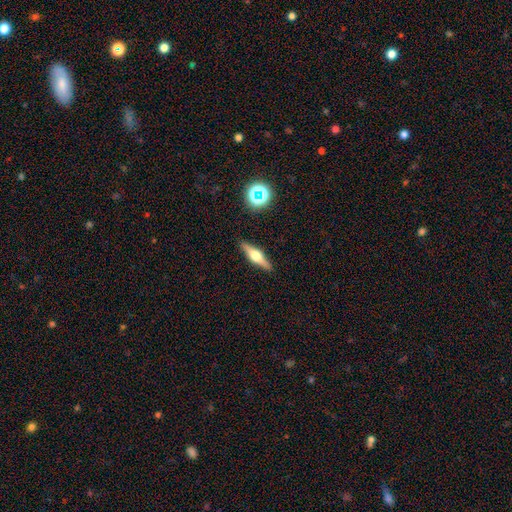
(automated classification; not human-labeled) The model was most divided on "smooth or featured": featured or disk: 64%, smooth: 29%, star or artifact: 8%. More confident: edge-on disk — yes (96%); edge-on bulge — rounded (93%); merging — none (90%).